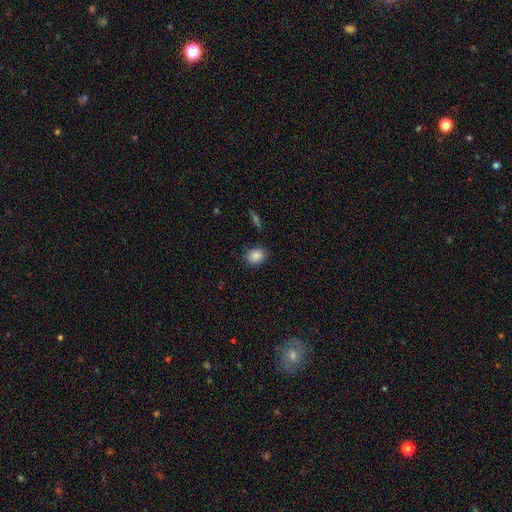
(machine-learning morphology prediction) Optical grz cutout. It shows a smooth galaxy with no disk features (86%) that is in between round and cigar-shaped (54%). Merging: none (85%).